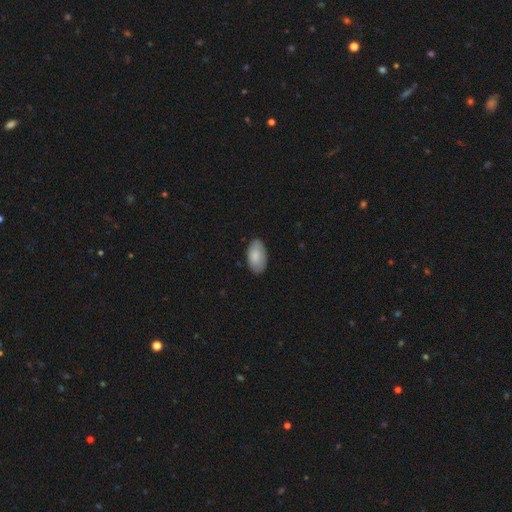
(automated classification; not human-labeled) smooth_or_featured: smooth (p=0.85) [alt: featured or disk p=0.09]
how_rounded: in between (p=0.95) [alt: round p=0.03]
merging: none (p=0.84) [alt: minor disturbance p=0.13]